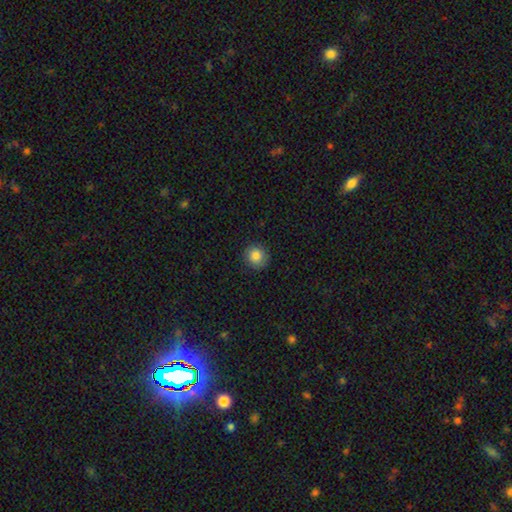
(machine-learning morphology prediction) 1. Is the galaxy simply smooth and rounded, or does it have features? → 85% smooth, 9% star or artifact, 5% featured or disk.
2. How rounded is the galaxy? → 90% round, 9% in between, 1% cigar-shaped.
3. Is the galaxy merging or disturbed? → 88% none, 9% minor disturbance, 2% major disturbance, 1% merger.